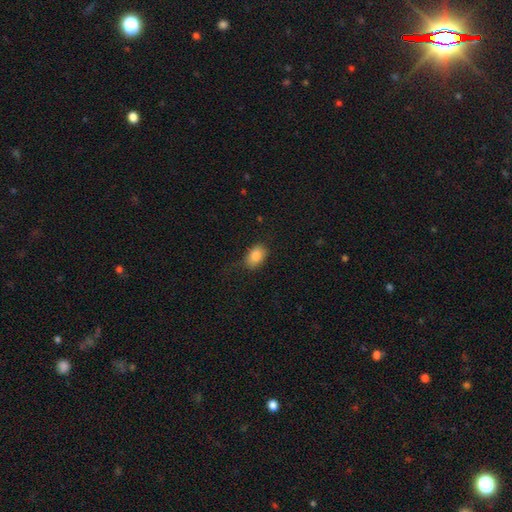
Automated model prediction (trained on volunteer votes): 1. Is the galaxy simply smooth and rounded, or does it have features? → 85% smooth, 8% star or artifact, 7% featured or disk.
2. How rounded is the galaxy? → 83% in between, 16% round, 1% cigar-shaped.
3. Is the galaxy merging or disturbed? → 75% none, 18% minor disturbance, 5% major disturbance, 1% merger.